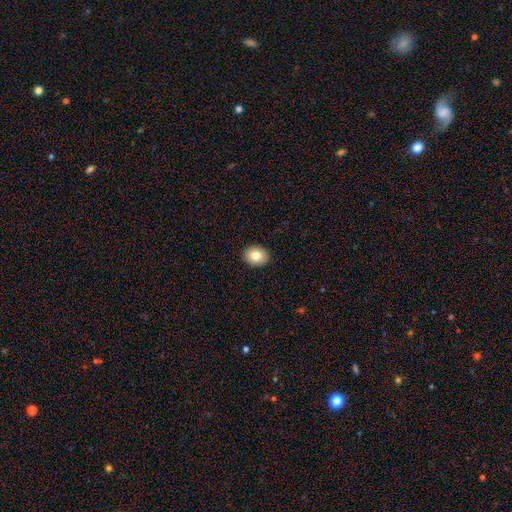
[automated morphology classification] The model was most divided on "how rounded": in between: 51%, round: 48%, cigar-shaped: 1%. More confident: merging — none (91%); smooth or featured — smooth (83%).